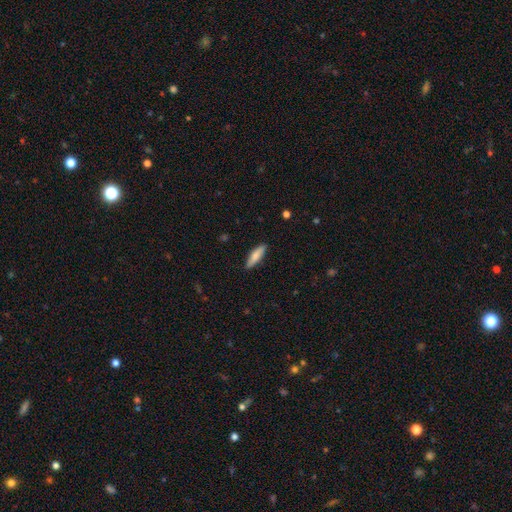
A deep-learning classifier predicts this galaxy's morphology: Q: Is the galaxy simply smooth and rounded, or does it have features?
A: smooth — 78%.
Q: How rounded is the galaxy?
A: cigar-shaped — 65%.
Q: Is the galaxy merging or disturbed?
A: none — 88%.